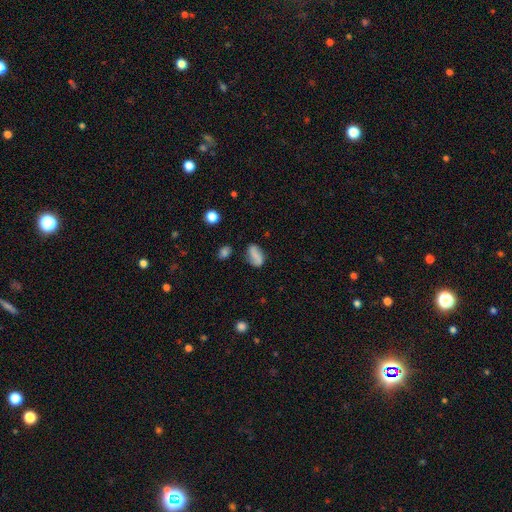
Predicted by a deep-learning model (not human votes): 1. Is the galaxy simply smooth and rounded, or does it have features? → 66% smooth, 23% featured or disk, 10% star or artifact.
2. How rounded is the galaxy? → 87% in between, 8% round, 5% cigar-shaped.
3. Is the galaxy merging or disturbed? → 69% none, 20% minor disturbance, 7% major disturbance, 4% merger.